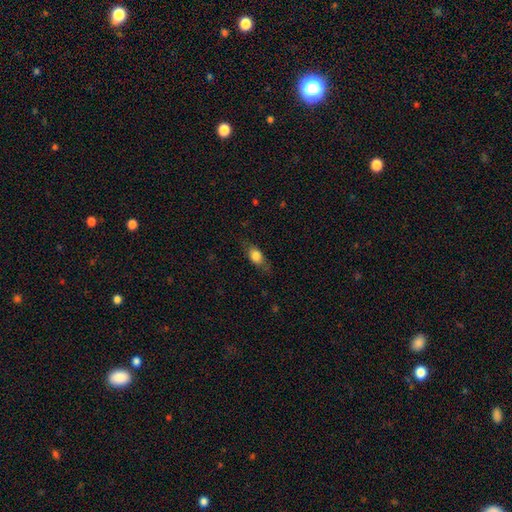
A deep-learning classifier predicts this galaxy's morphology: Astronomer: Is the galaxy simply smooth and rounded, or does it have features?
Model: smooth — 75%.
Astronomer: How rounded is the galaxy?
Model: in between — 74%.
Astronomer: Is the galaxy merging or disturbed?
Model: none — 72%.